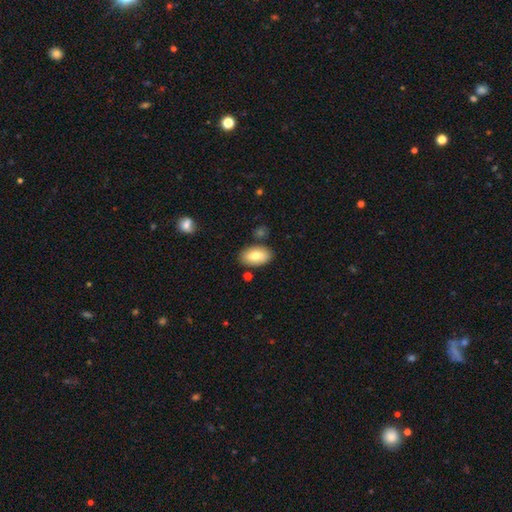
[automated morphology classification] Overall: smooth (78%). How rounded: in between (94%). Merging: none (82%).